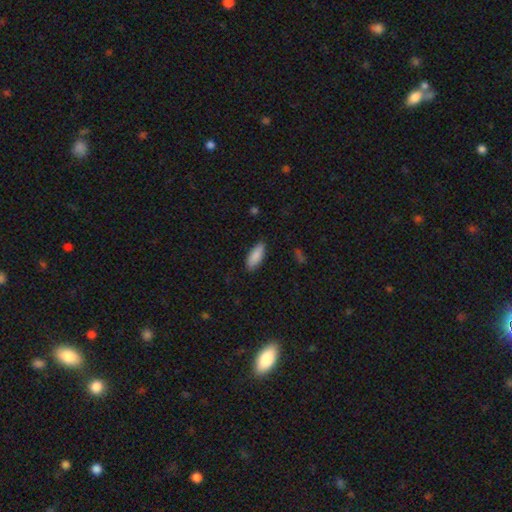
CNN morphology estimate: A smooth galaxy with no disk features (89%) that is in between round and cigar-shaped (75%).

Vote fractions:
- Smooth or featured? smooth: 89% / star or artifact: 6% / featured or disk: 6%
- How rounded? in between: 75% / cigar-shaped: 24% / round: 2%
- Merging? none: 86% / minor disturbance: 11% / major disturbance: 2% / merger: 1%